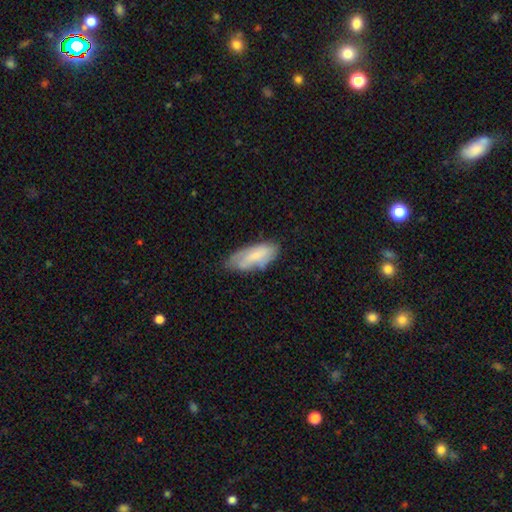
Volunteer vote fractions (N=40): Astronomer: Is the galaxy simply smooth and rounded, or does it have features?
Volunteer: smooth — 55% (runner-up: featured or disk, 40%).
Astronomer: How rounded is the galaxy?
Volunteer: in between — 86%.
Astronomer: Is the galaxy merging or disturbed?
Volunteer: none — 58%.